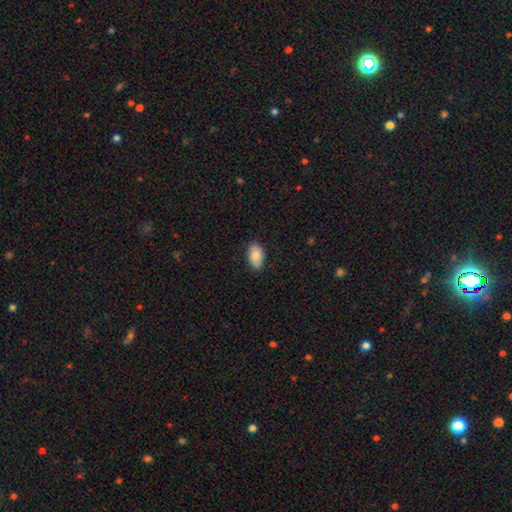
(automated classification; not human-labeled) Morphology: type=smooth (79%); roundness=in between (93%); merging=none (84%).